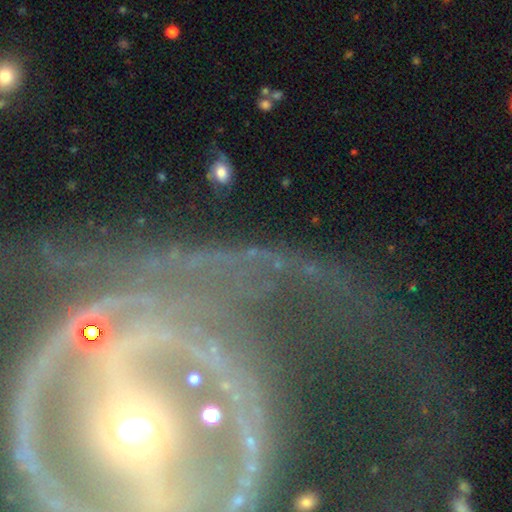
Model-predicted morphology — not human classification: featured or disk 57%, star or artifact 29%, smooth 14%. Down the decision tree: edge-on disk — no (88%); bar — no (37%); spiral arms — yes (83%); bulge size — small (47%); merging — none (65%).